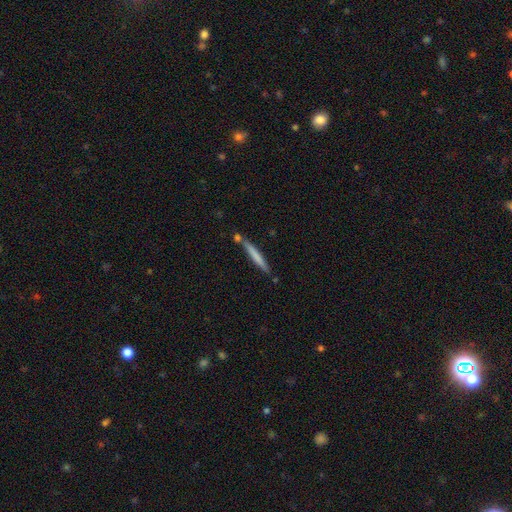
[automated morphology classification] This appears to be a smooth galaxy with no disk features (66%) that is cigar-shaped (96%). Merging: none (72%).